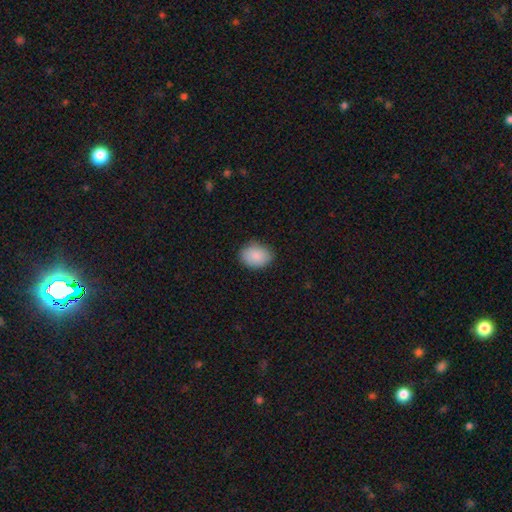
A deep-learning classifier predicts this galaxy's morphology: smooth-or-featured: smooth: 88% | star or artifact: 7% | featured or disk: 5%
  how-rounded: in between: 68% | round: 31% | cigar-shaped: 1%
  merging: none: 84% | minor disturbance: 13% | major disturbance: 3% | merger: 1%